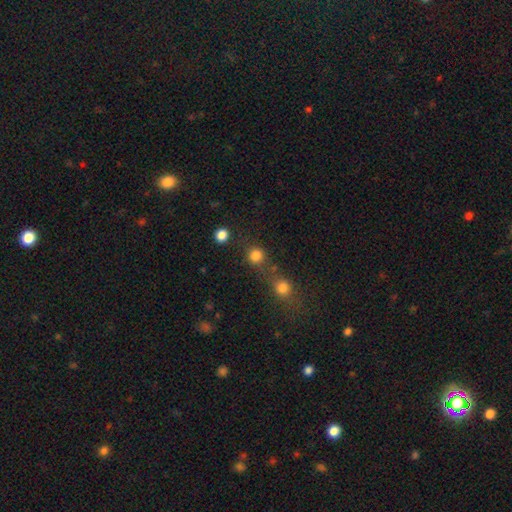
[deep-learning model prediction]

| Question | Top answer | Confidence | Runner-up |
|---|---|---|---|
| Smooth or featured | smooth | 82% | star or artifact (13%) |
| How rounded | round | 88% | in between (11%) |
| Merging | none | 63% | merger (23%) |